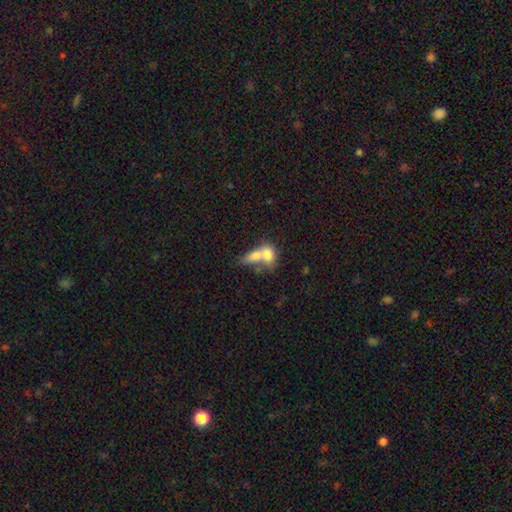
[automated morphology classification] Smooth or featured? Predicted: smooth (p=0.73). How rounded? Predicted: in between (p=0.73). Merging? Predicted: merger (p=0.74).